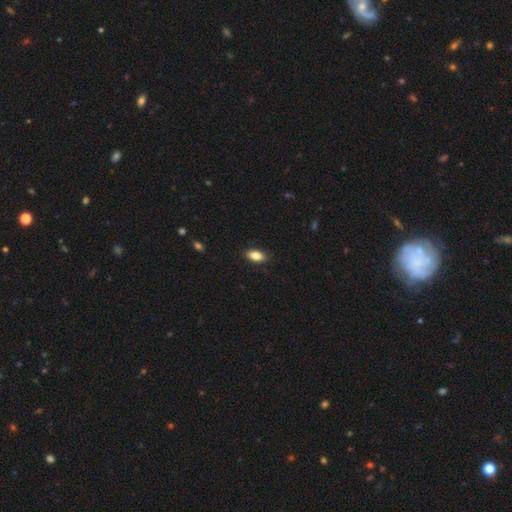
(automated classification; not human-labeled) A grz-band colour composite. It shows a smooth galaxy with no disk features (84%) that is in between round and cigar-shaped (89%). Merging: none (88%).